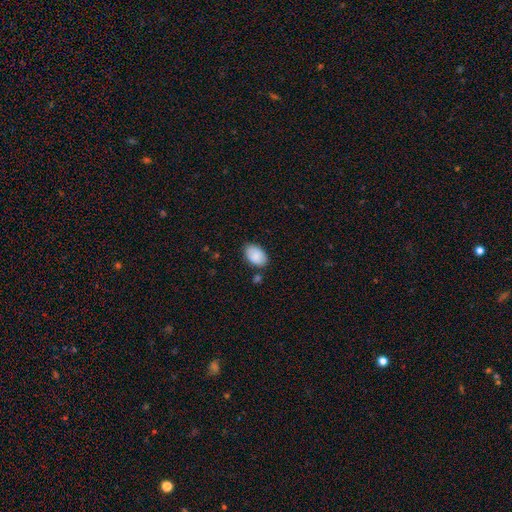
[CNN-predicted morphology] This is clearly a smooth galaxy (89%). How rounded: clearly in between (90%). Merging: likely none (79%).